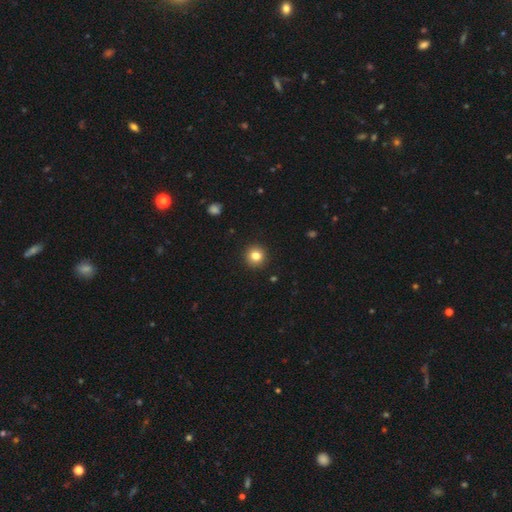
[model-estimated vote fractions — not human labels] The model was most divided on "smooth or featured": smooth: 82%, star or artifact: 11%, featured or disk: 7%. More confident: how rounded — round (93%); merging — none (92%).